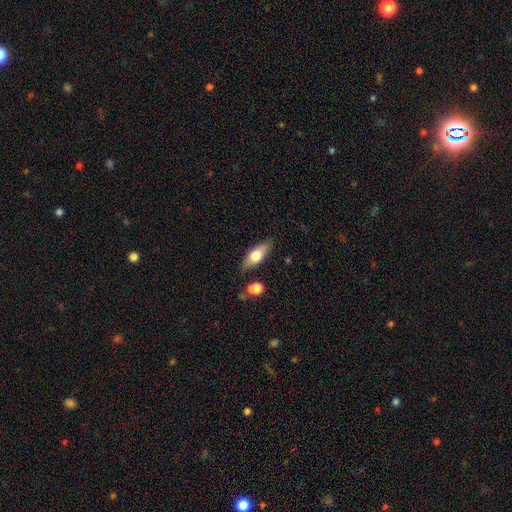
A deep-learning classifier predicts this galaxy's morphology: smooth 62%, featured or disk 31%, star or artifact 7%. Down the decision tree: how rounded — in between (69%); merging — none (79%).